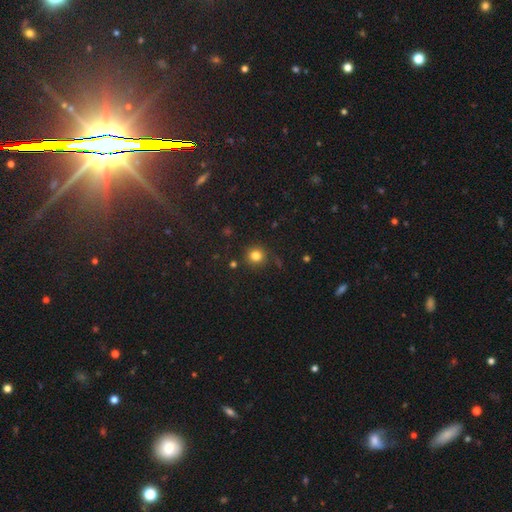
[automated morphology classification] smooth-or-featured: smooth: 81% | star or artifact: 13% | featured or disk: 6%
  how-rounded: round: 92% | in between: 7% | cigar-shaped: 1%
  merging: none: 83% | minor disturbance: 10% | major disturbance: 4% | merger: 3%